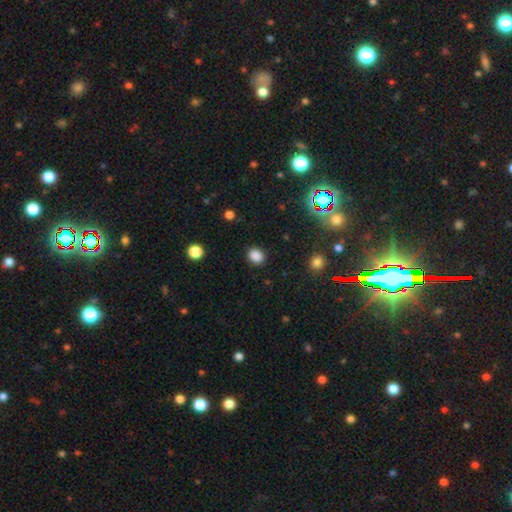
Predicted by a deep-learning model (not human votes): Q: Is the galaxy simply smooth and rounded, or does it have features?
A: smooth — 86%.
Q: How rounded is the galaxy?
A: round — 56%.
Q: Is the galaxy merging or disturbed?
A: none — 88%.